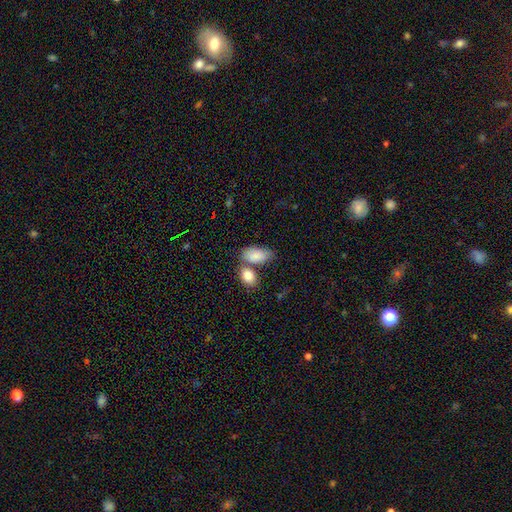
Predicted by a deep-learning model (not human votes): smooth_or_featured: smooth (p=0.86) [alt: featured or disk p=0.07]
how_rounded: in between (p=0.93) [alt: round p=0.04]
merging: none (p=0.48) [alt: merger p=0.33]